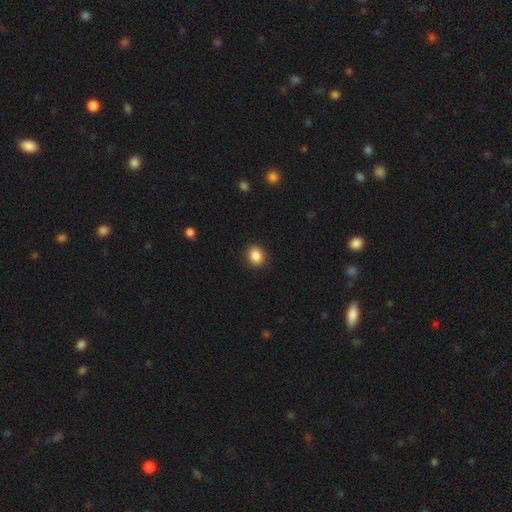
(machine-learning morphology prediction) The model was most divided on "how rounded": round: 64%, in between: 35%, cigar-shaped: 1%. More confident: merging — none (90%); smooth or featured — smooth (87%).